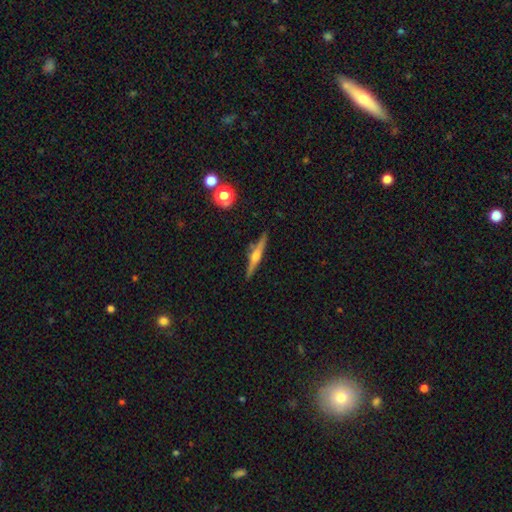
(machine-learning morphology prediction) This is likely a featured or disk galaxy (72%). It is clearly viewed edge-on (98%). Edge-on bulge: clearly rounded (88%). Merging: clearly none (88%).